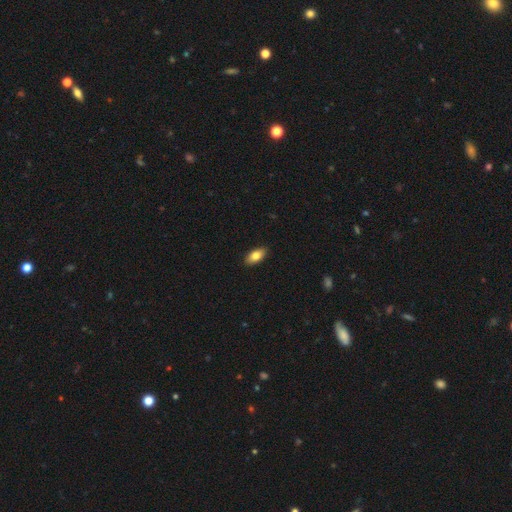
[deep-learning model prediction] Smooth or featured? smooth (79%)
How rounded? in between (89%)
Merging? none (89%)